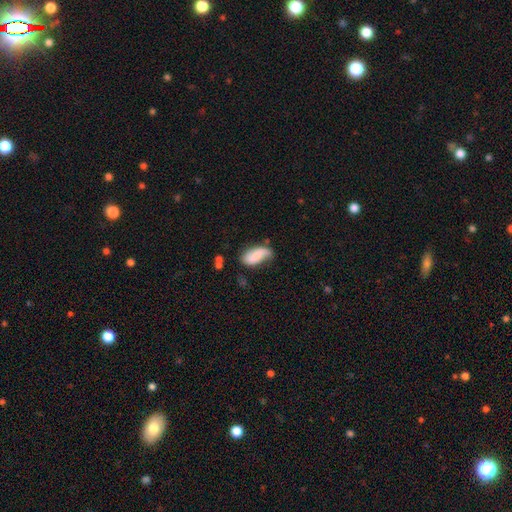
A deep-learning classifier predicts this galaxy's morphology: Q: Smooth or featured?
A: smooth (70%); runner-up: featured or disk (23%)
Q: How rounded?
A: in between (90%); runner-up: cigar-shaped (7%)
Q: Merging?
A: none (44%); runner-up: minor disturbance (36%)